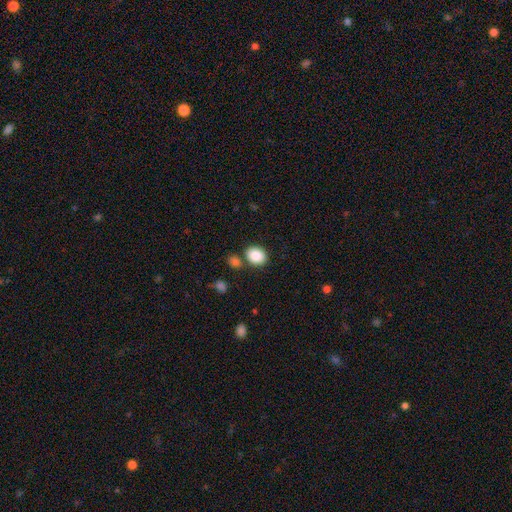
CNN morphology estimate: Overall: smooth (87%). How rounded: in between (50%; round 49%). Merging: none (76%).